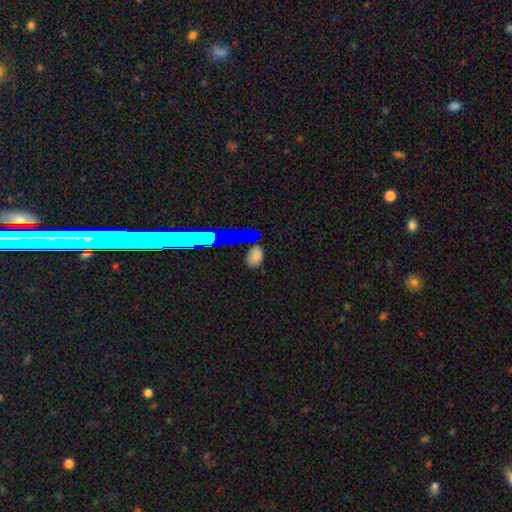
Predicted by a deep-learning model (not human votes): The model was most divided on "smooth or featured": smooth: 71%, star or artifact: 19%, featured or disk: 9%. More confident: how rounded — in between (80%); merging — none (76%).